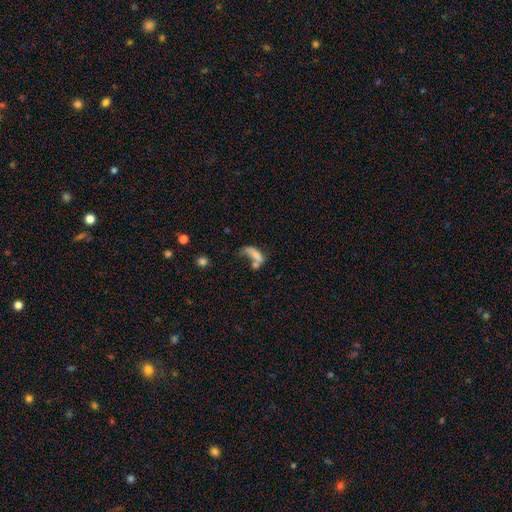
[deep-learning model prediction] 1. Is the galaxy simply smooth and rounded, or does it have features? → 65% smooth, 24% featured or disk, 11% star or artifact.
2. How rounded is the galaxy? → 66% in between, 28% cigar-shaped, 6% round.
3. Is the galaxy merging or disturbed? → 38% merger, 30% major disturbance, 20% none, 12% minor disturbance.